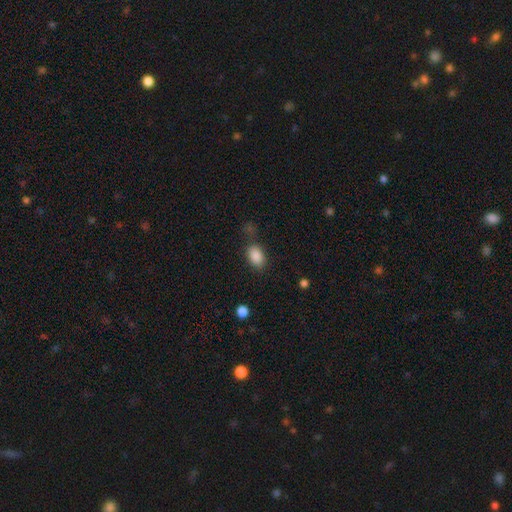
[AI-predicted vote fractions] Morphology: type=smooth (87%); roundness=in between (84%); merging=none (72%).